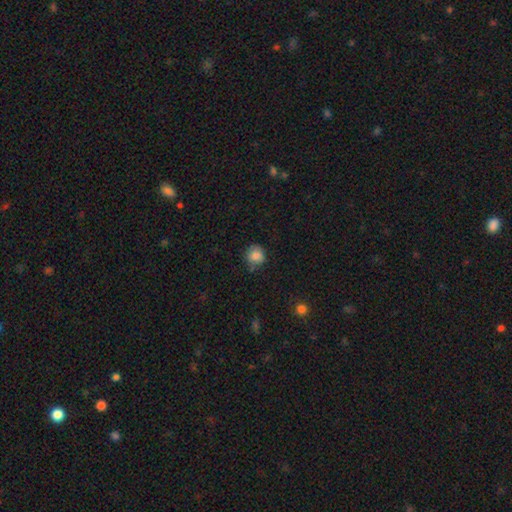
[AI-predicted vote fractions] The model was most divided on "merging": none: 74%, minor disturbance: 19%, major disturbance: 4%, merger: 3%. More confident: how rounded — round (86%); smooth or featured — smooth (84%).